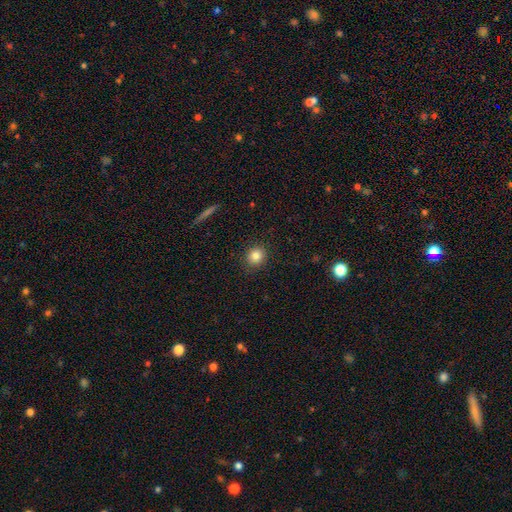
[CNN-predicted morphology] smooth_or_featured: smooth (p=0.83) [alt: star or artifact p=0.11]
how_rounded: round (p=0.86) [alt: in between p=0.13]
merging: none (p=0.89) [alt: minor disturbance p=0.08]